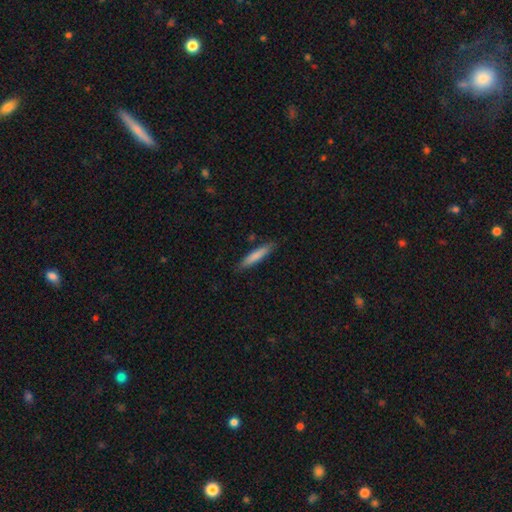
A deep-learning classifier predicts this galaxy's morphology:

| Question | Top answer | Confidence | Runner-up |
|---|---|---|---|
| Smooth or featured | smooth | 76% | featured or disk (18%) |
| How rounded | cigar-shaped | 88% | in between (11%) |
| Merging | none | 85% | minor disturbance (12%) |